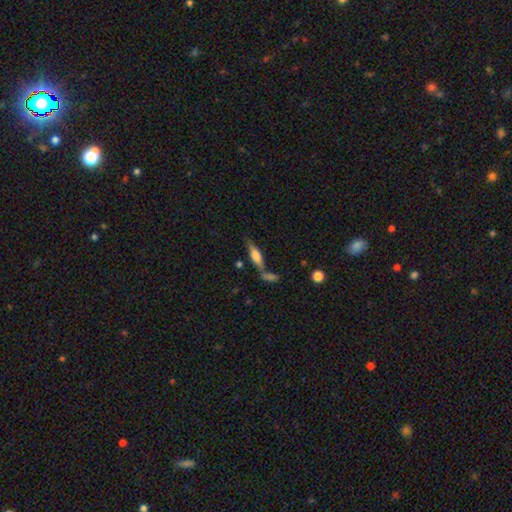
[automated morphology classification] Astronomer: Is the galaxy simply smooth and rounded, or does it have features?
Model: smooth — 48% (runner-up: featured or disk, 44%).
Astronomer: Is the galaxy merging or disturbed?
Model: none — 55%.